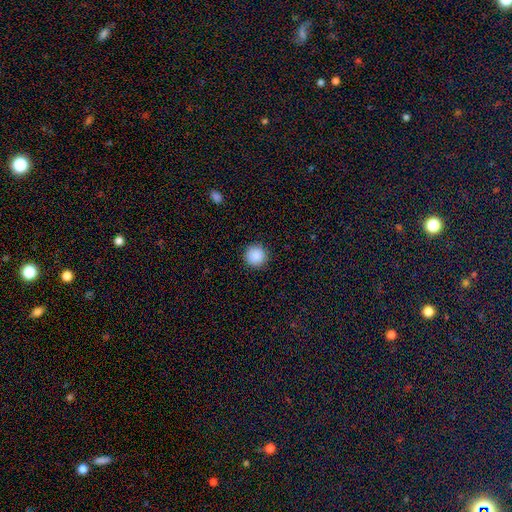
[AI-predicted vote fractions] smooth 89%, star or artifact 9%, featured or disk 3%. Down the decision tree: how rounded — round (96%); merging — none (92%).